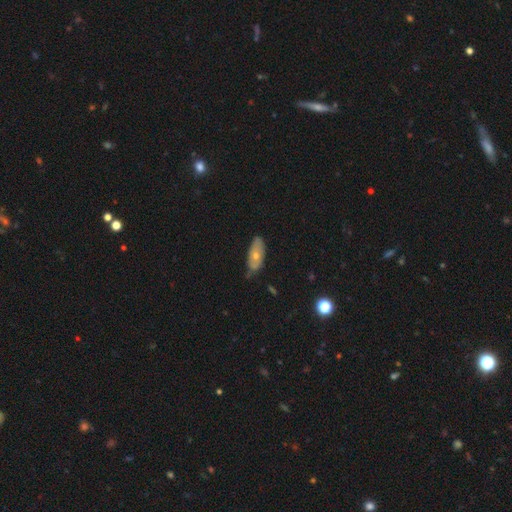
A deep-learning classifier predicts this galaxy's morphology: Smooth or featured? Predicted: smooth (p=0.56). How rounded? Predicted: in between (p=0.86). Merging? Predicted: none (p=0.56).